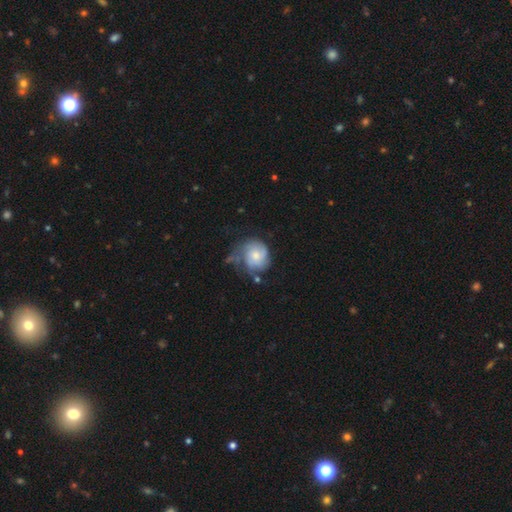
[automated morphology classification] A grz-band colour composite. It shows a featured or disk galaxy (55%) with no bar (78%), spiral arms (80%) and a moderate central bulge (52%). Merging: none (40%).